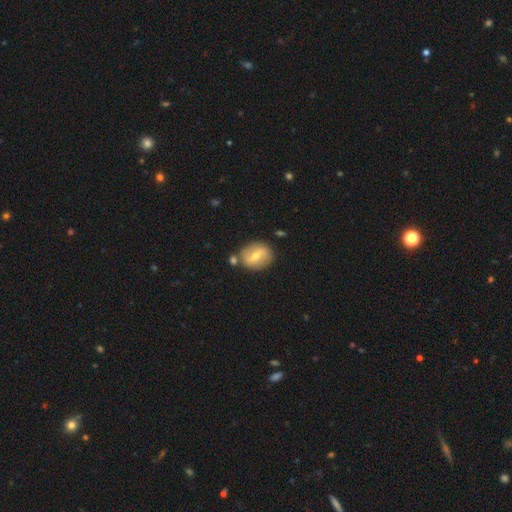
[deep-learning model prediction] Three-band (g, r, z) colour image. It shows a featured or disk galaxy (48%). Merging: none (77%).